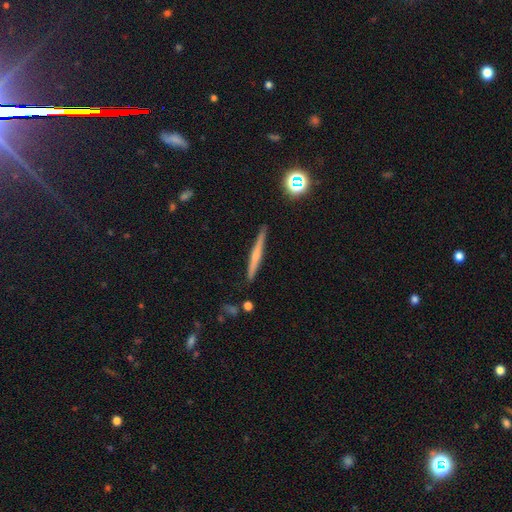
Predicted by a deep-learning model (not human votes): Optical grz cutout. It shows a featured or disk galaxy (49%). Merging: none (89%).